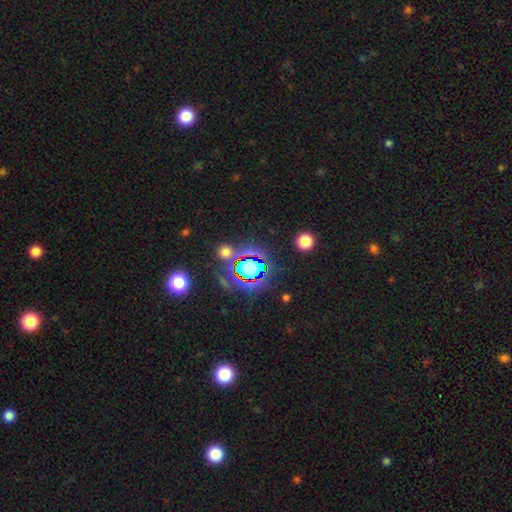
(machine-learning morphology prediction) A star or artifact, not a galaxy (78%).